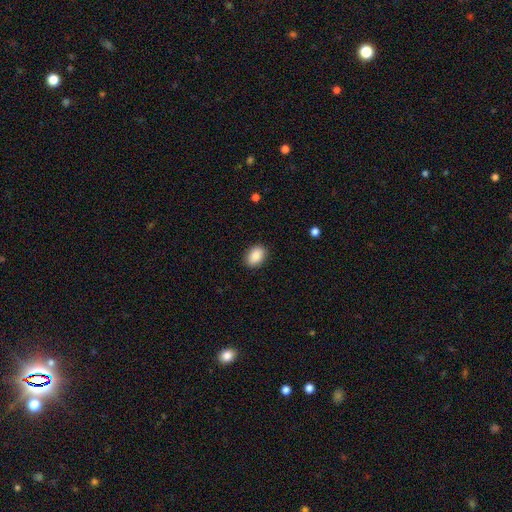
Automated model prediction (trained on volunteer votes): smooth_or_featured: smooth (p=0.88) [alt: star or artifact p=0.07]
how_rounded: in between (p=0.79) [alt: round p=0.20]
merging: none (p=0.89) [alt: minor disturbance p=0.08]